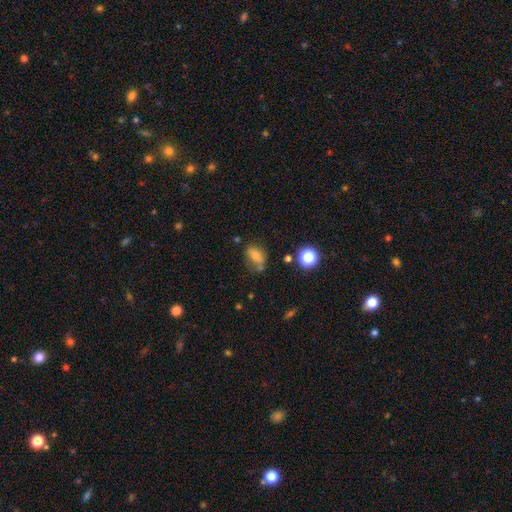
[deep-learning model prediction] A smooth galaxy with no disk features (67%) that is in between round and cigar-shaped (74%).

Vote fractions:
- Smooth or featured? smooth: 67% / featured or disk: 18% / star or artifact: 15%
- How rounded? in between: 74% / round: 21% / cigar-shaped: 4%
- Merging? none: 51% / minor disturbance: 26% / merger: 12% / major disturbance: 10%